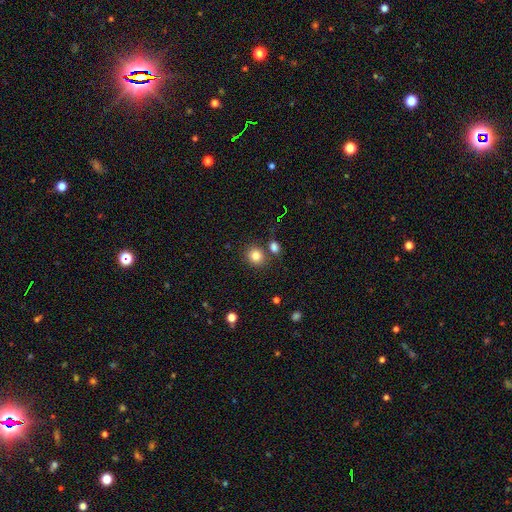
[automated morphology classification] Overall: smooth (82%). How rounded: round (80%). Merging: none (76%).